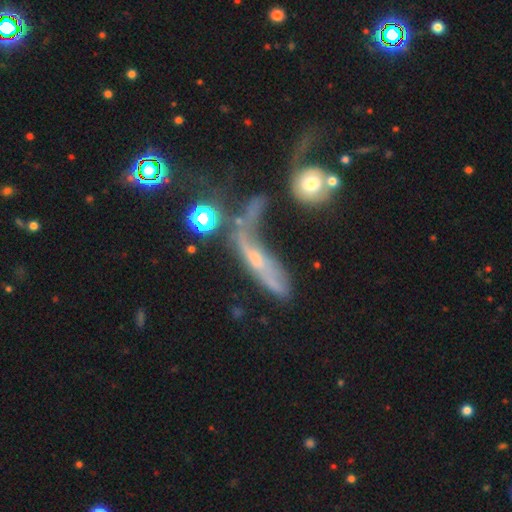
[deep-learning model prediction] Smooth or featured? Predicted: featured or disk (p=0.56). Edge-on disk? Predicted: no (p=0.55). Merging? Predicted: merger (p=0.35).